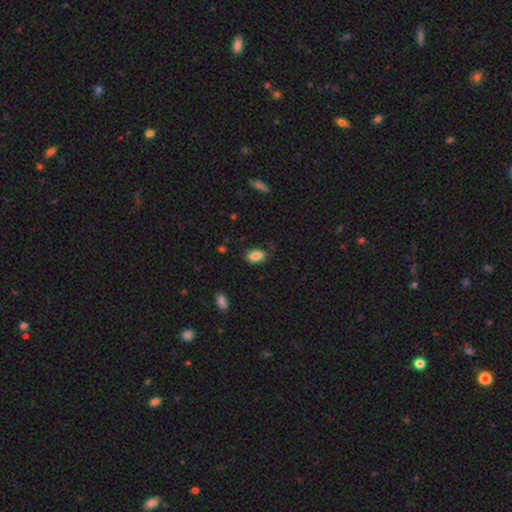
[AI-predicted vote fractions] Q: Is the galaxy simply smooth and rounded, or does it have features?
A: smooth — 86%.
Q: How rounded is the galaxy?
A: in between — 90%.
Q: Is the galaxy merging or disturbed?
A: none — 79%.